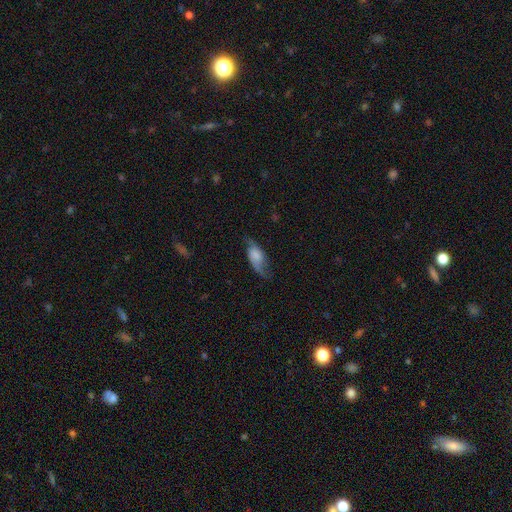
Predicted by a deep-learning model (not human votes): featured or disk 51%, smooth 41%, star or artifact 8%. Down the decision tree: edge-on disk — no (83%); merging — none (60%).